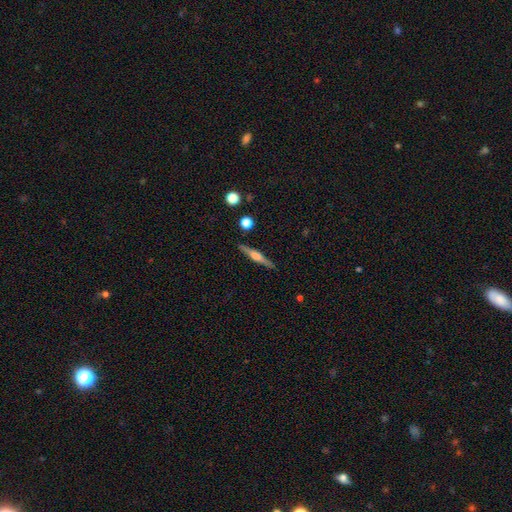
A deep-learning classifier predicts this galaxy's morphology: Smooth or featured?
  - featured or disk: 69% *
  - smooth: 25%
  - star or artifact: 6%
Edge-on disk?
  - yes: 98% *
  - no: 2%
Edge-on bulge?
  - rounded: 83% *
  - boxy: 12%
  - none: 5%
Merging?
  - none: 90% *
  - minor disturbance: 7%
  - merger: 2%
  - major disturbance: 2%